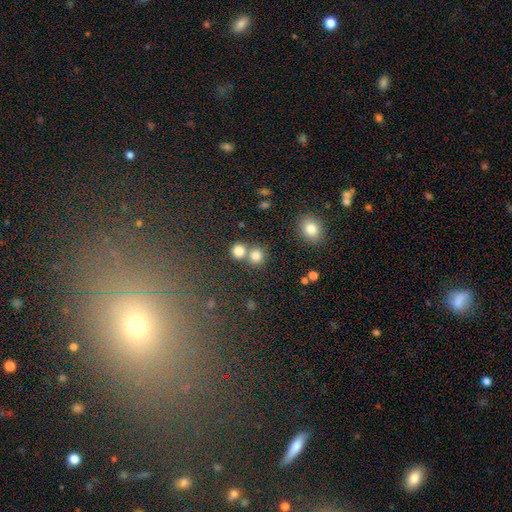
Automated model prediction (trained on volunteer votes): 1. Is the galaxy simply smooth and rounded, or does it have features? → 80% smooth, 13% star or artifact, 7% featured or disk.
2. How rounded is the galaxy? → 88% round, 11% in between, 1% cigar-shaped.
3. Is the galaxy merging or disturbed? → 59% none, 32% merger, 6% minor disturbance, 3% major disturbance.